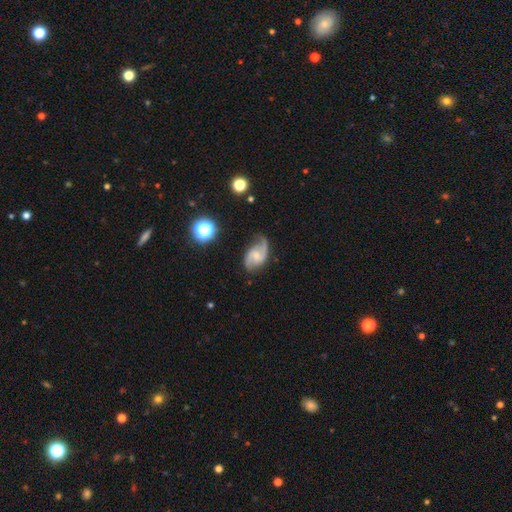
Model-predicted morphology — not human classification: A featured or disk galaxy (82%) with a weak bar (50%), 2 (90%) medium (44%) spiral arms (96%) and a small central bulge (52%). Merging: none (69%).